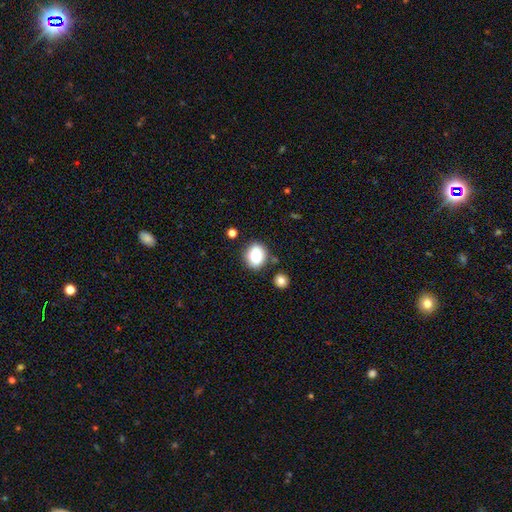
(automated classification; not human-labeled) This appears to be a smooth galaxy with no disk features (82%) that is round (57%). Merging: none (78%).